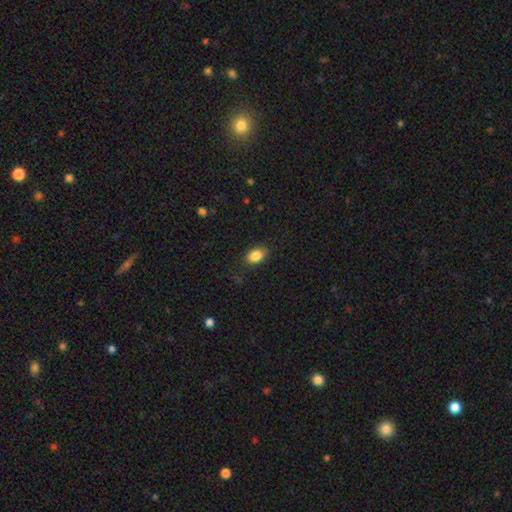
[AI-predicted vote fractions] A smooth galaxy with no disk features (84%) that is in between round and cigar-shaped (84%).

Vote fractions:
- Smooth or featured? smooth: 84% / star or artifact: 8% / featured or disk: 7%
- How rounded? in between: 84% / round: 14% / cigar-shaped: 2%
- Merging? none: 81% / minor disturbance: 15% / major disturbance: 3% / merger: 1%